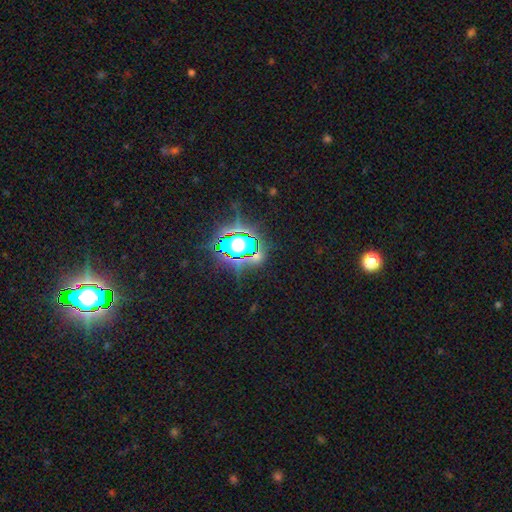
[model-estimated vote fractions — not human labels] Smooth or featured? star or artifact (83%)